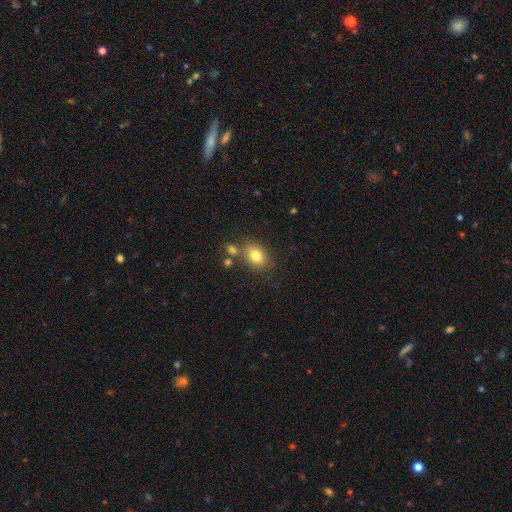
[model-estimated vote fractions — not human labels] A smooth galaxy with no disk features (80%) that is in between round and cigar-shaped (68%). Merging: none (70%).